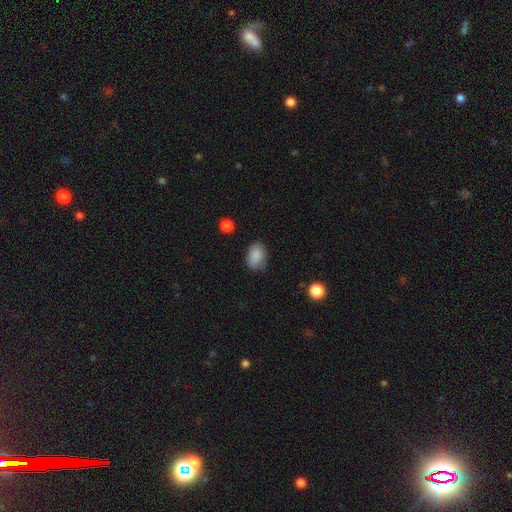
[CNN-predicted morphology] This is clearly a smooth galaxy (87%). How rounded: clearly in between (83%). Merging: likely none (70%).